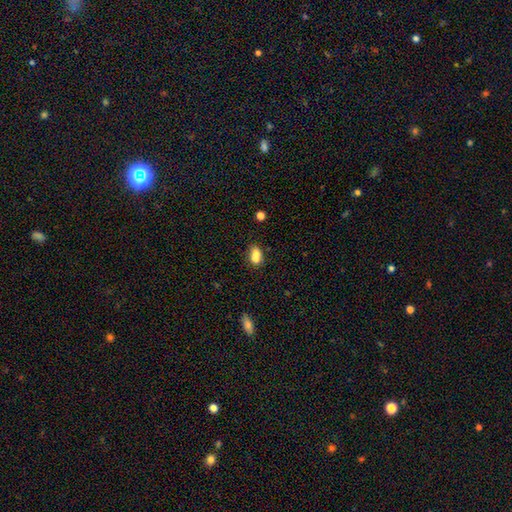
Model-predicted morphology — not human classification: This is likely a smooth galaxy (77%). How rounded: likely in between (76%). Merging: marginally none (41%).